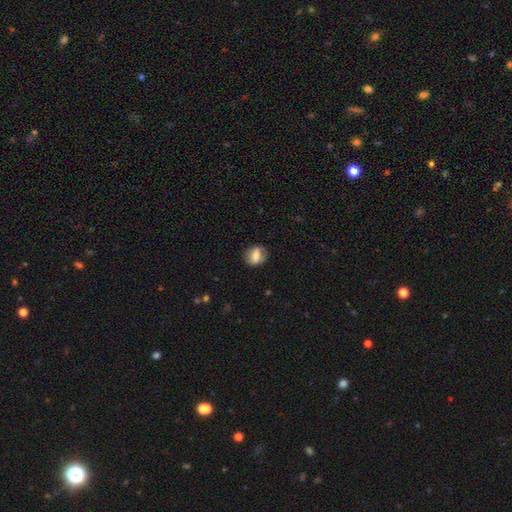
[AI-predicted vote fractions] The model was most divided on "how rounded": round: 53%, in between: 45%, cigar-shaped: 2%. More confident: merging — none (75%); smooth or featured — smooth (73%).